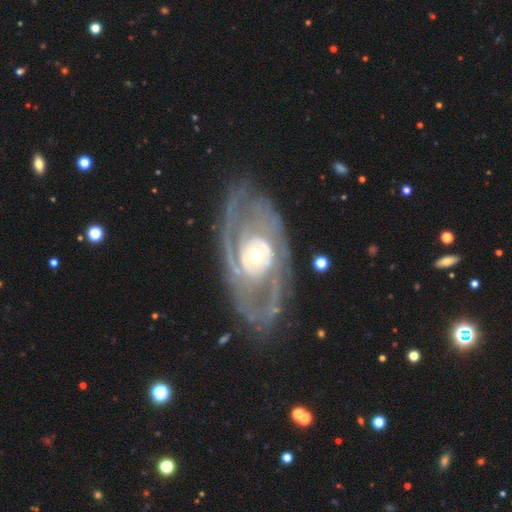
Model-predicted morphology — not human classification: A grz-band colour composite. It shows a featured or disk galaxy (87%) with no bar (70%), 2 (54%) tight (51%) spiral arms (82%) and a moderate central bulge (67%). Merging: none (65%).